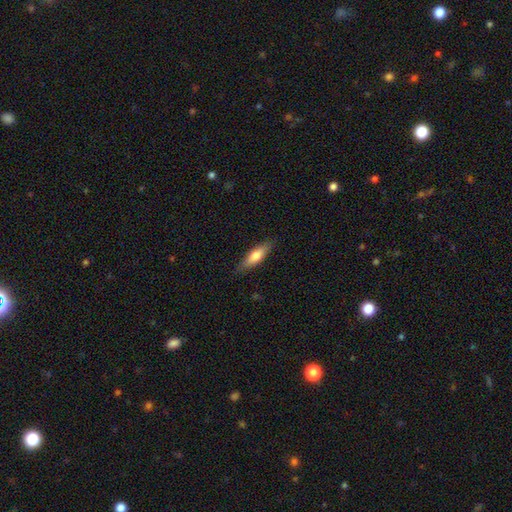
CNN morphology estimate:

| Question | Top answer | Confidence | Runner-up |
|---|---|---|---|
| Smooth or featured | smooth | 71% | featured or disk (23%) |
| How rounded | cigar-shaped | 53% | in between (45%) |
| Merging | none | 84% | minor disturbance (13%) |